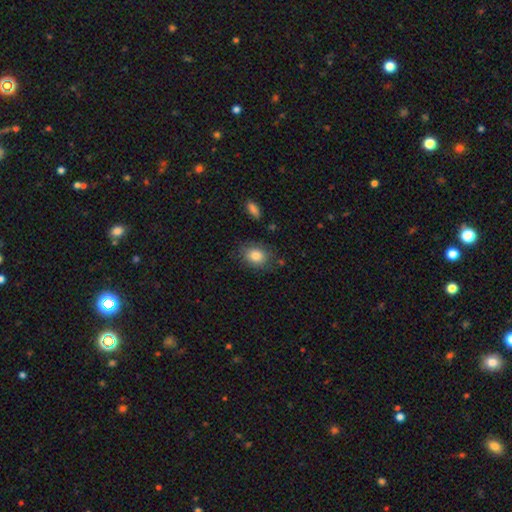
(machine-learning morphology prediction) A smooth galaxy with no disk features (83%) that is in between round and cigar-shaped (55%). Merging: none (78%).